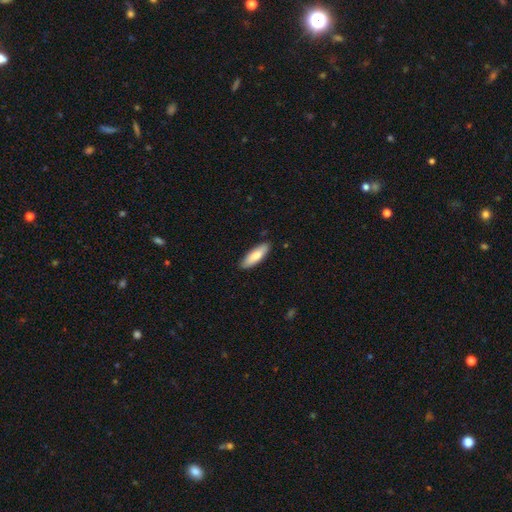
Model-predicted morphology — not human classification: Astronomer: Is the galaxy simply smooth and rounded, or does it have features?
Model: smooth — 80%.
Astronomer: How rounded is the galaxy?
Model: in between — 54% (runner-up: cigar-shaped, 45%).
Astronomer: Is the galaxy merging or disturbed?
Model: none — 88%.